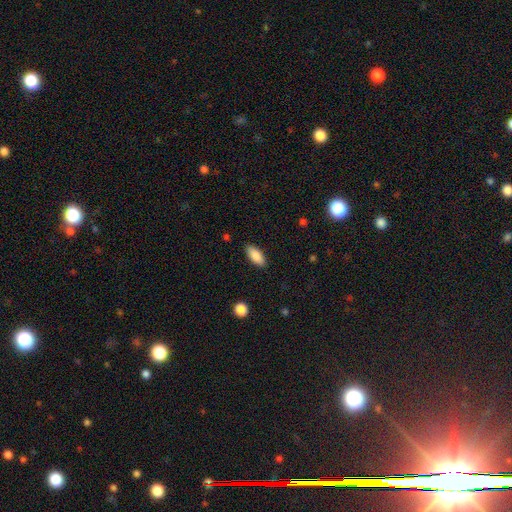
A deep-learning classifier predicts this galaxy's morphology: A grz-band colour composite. It shows a smooth galaxy with no disk features (87%) that is in between round and cigar-shaped (86%). Merging: none (88%).